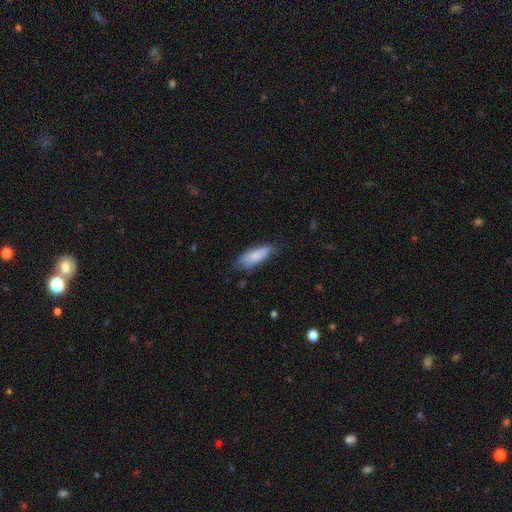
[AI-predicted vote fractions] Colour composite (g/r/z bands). It shows a smooth galaxy with no disk features (81%) that is in between round and cigar-shaped (65%). Merging: none (64%).